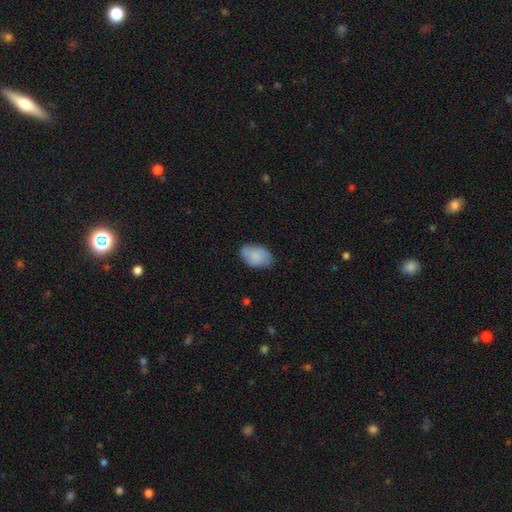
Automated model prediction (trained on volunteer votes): This is clearly a smooth galaxy (81%). How rounded: clearly in between (91%). Merging: likely none (74%).